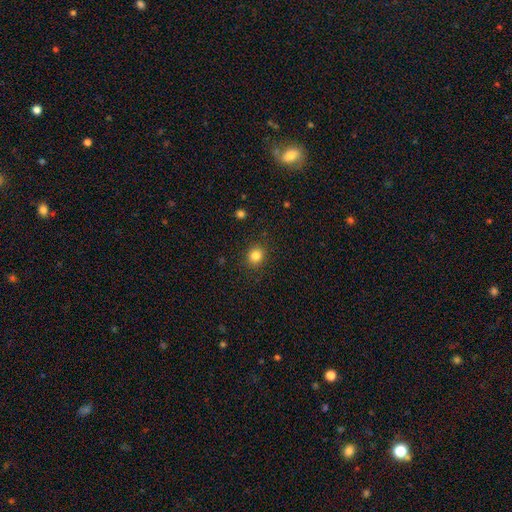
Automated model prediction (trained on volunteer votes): Smooth or featured? Predicted: smooth (p=0.84). How rounded? Predicted: round (p=0.80). Merging? Predicted: none (p=0.89).